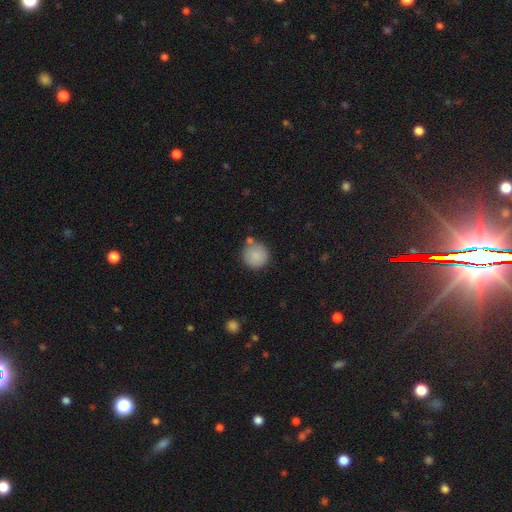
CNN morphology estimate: The model was most divided on "merging": none: 77%, minor disturbance: 11%, merger: 10%, major disturbance: 3%. More confident: how rounded — round (95%); smooth or featured — smooth (87%).